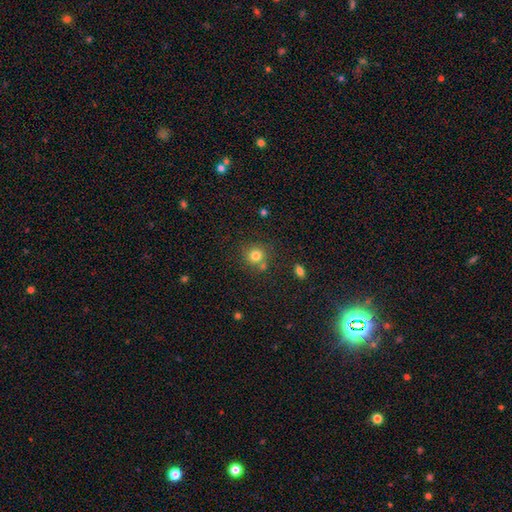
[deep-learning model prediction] This appears to be a smooth galaxy with no disk features (80%) that is round (88%). Merging: none (71%).